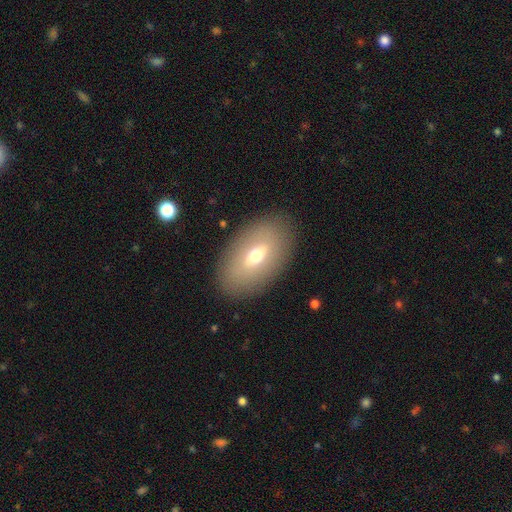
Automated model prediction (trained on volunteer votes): Smooth or featured?
  - smooth: 57% *
  - featured or disk: 34%
  - star or artifact: 9%
How rounded?
  - in between: 91% *
  - round: 6%
  - cigar-shaped: 2%
Merging?
  - none: 88% *
  - minor disturbance: 8%
  - major disturbance: 3%
  - merger: 1%